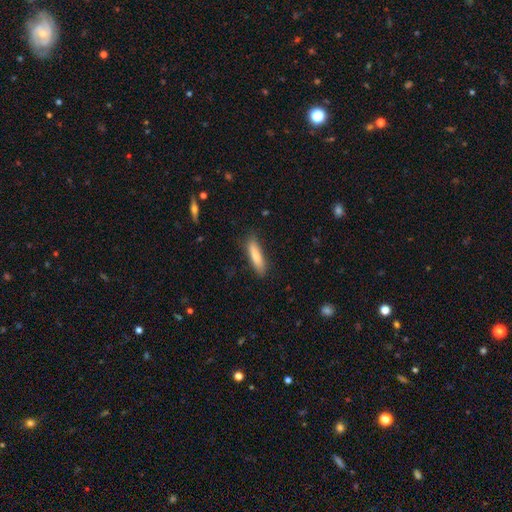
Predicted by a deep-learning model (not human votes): The model was most divided on "how rounded": cigar-shaped: 74%, in between: 25%, round: 1%. More confident: merging — none (83%); smooth or featured — smooth (81%).